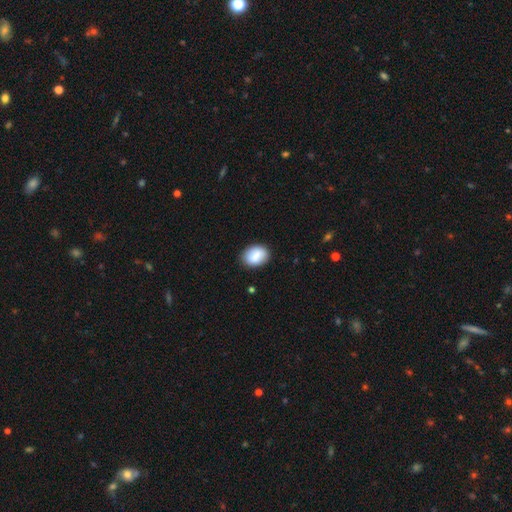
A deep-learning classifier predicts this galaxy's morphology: Smooth or featured? smooth (85%)
How rounded? in between (73%)
Merging? none (85%)